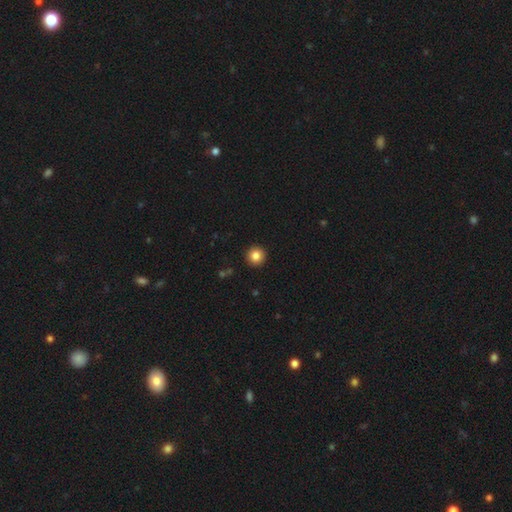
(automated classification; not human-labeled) This appears to be a smooth galaxy with no disk features (84%) that is round (96%). Merging: none (93%).